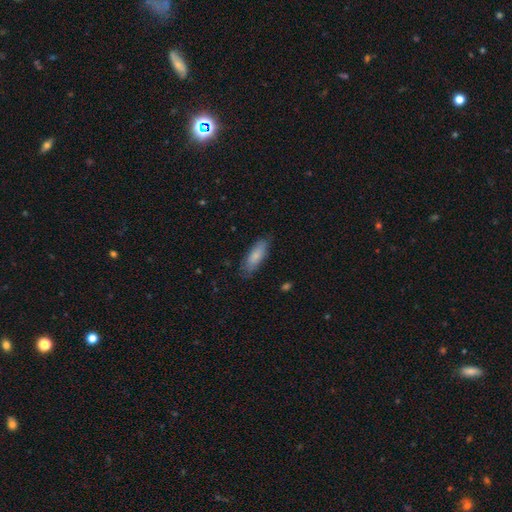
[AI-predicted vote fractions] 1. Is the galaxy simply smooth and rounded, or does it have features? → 82% smooth, 12% featured or disk, 6% star or artifact.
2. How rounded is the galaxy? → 64% in between, 35% cigar-shaped, 2% round.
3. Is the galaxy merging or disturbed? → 79% none, 16% minor disturbance, 3% major disturbance, 1% merger.